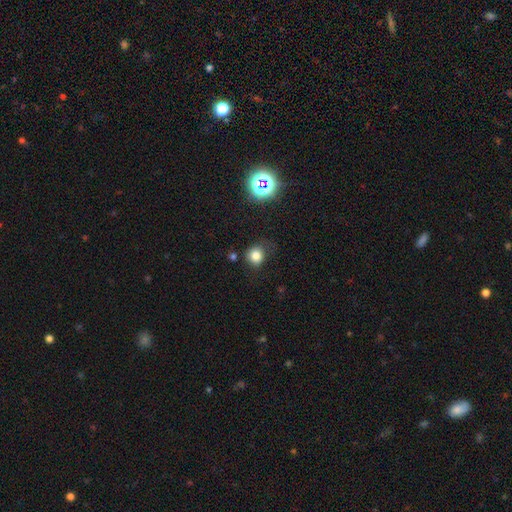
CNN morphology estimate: This appears to be a smooth galaxy with no disk features (78%) that is round (81%). Merging: none (68%).